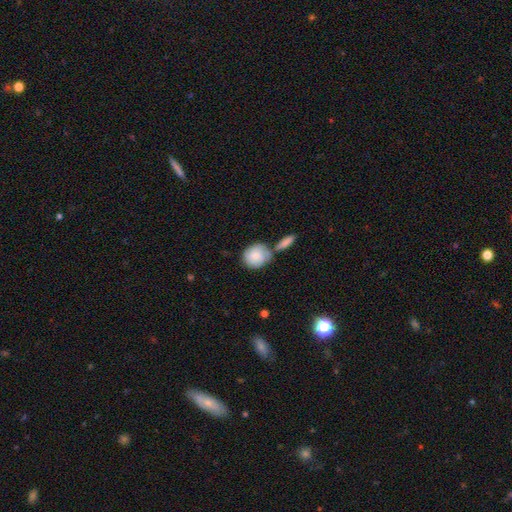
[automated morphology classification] Smooth or featured?
  - smooth: 73% *
  - featured or disk: 21%
  - star or artifact: 6%
How rounded?
  - round: 78% *
  - in between: 20%
  - cigar-shaped: 2%
Merging?
  - none: 44% *
  - merger: 32%
  - minor disturbance: 17%
  - major disturbance: 6%